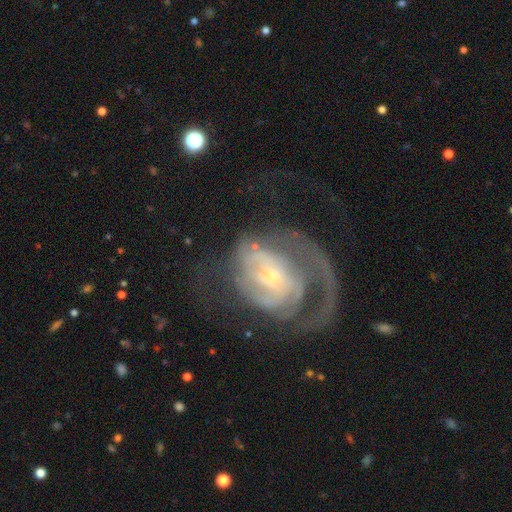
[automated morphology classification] smooth_or_featured: featured or disk (p=0.78) [alt: smooth p=0.15]
disk_edge_on: no (p=0.97) [alt: yes p=0.03]
bar: no (p=0.51) [alt: weak p=0.39]
has_spiral_arms: yes (p=0.82) [alt: no p=0.18]
spiral_winding: medium (p=0.37) [alt: tight p=0.35]
spiral_arm_count: 1 (p=0.30) [alt: can't tell p=0.28]
bulge_size: small (p=0.56) [alt: moderate p=0.33]
merging: major disturbance (p=0.50) [alt: none p=0.30]